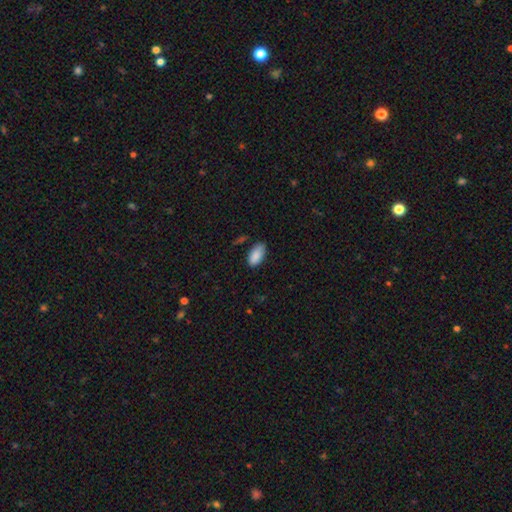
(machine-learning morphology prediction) Smooth or featured? Predicted: smooth (p=0.89). How rounded? Predicted: in between (p=0.94). Merging? Predicted: none (p=0.76).